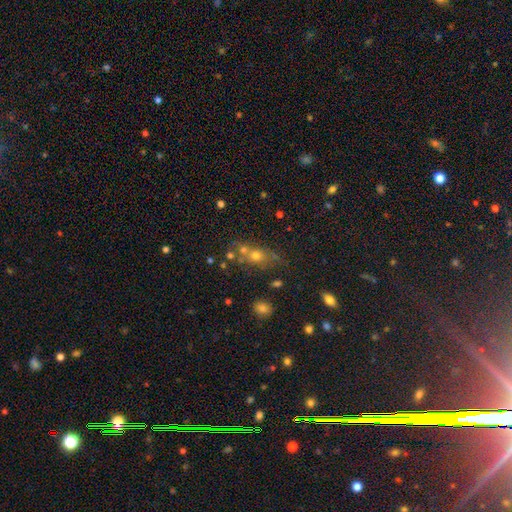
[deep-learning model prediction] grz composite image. It shows a smooth galaxy with no disk features (60%) that is round (55%). Merging: none (50%).